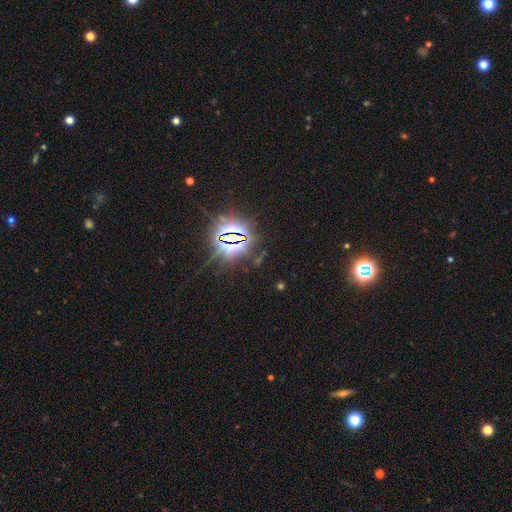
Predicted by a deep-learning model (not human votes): Smooth or featured? star or artifact (82%)